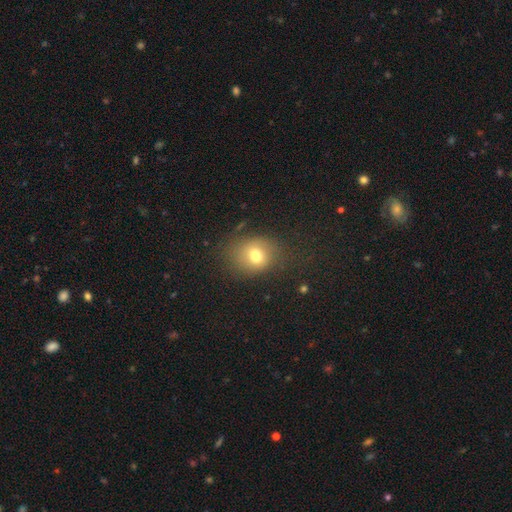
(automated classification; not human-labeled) Smooth or featured? smooth (71%)
How rounded? round (51%)
Merging? none (58%)